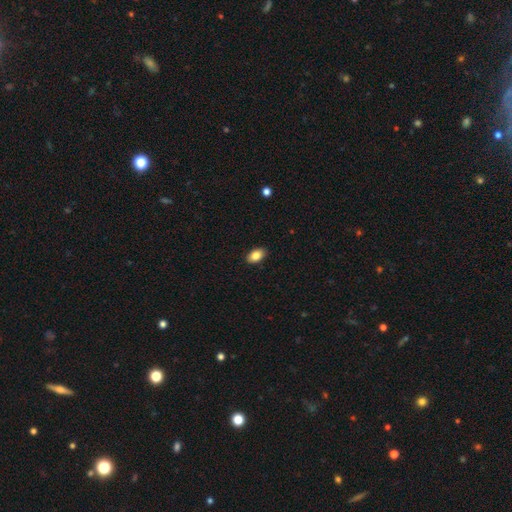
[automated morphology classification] smooth-or-featured: smooth: 85% | star or artifact: 8% | featured or disk: 7%
  how-rounded: in between: 91% | round: 7% | cigar-shaped: 2%
  merging: none: 89% | minor disturbance: 8% | major disturbance: 2% | merger: 1%